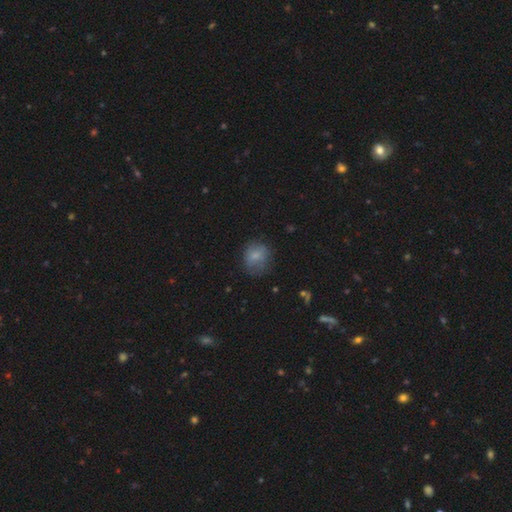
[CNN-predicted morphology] smooth_or_featured: smooth (p=0.74) [alt: featured or disk p=0.17]
how_rounded: round (p=0.69) [alt: in between p=0.30]
merging: none (p=0.60) [alt: minor disturbance p=0.26]